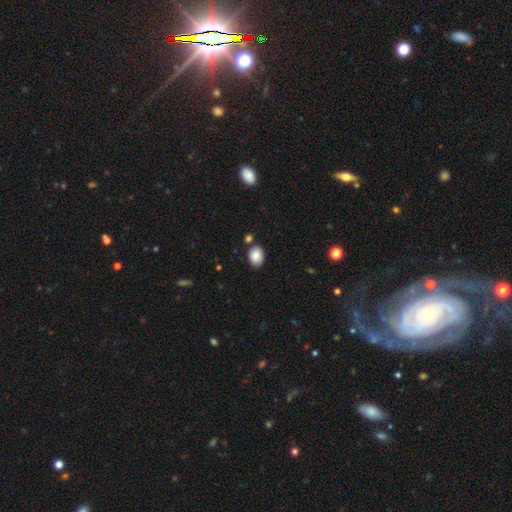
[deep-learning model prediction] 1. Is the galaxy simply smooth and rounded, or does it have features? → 85% smooth, 8% star or artifact, 7% featured or disk.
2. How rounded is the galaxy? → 76% in between, 23% round, 1% cigar-shaped.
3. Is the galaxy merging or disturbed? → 77% none, 14% minor disturbance, 7% merger, 3% major disturbance.